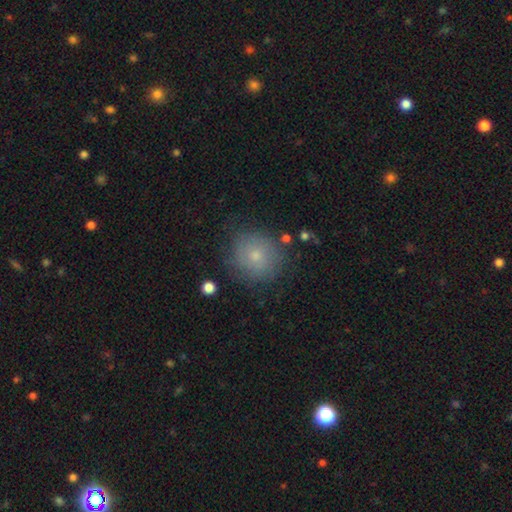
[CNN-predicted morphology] smooth_or_featured: smooth (p=0.67) [alt: featured or disk p=0.22]
how_rounded: round (p=0.89) [alt: in between p=0.10]
merging: none (p=0.77) [alt: minor disturbance p=0.16]